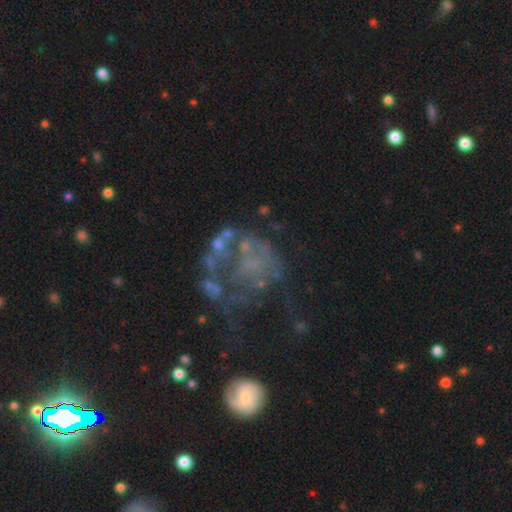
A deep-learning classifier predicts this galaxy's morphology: smooth_or_featured: featured or disk (p=0.63) [alt: smooth p=0.19]
disk_edge_on: no (p=0.98) [alt: yes p=0.02]
bar: no (p=0.92) [alt: weak p=0.06]
has_spiral_arms: no (p=0.84) [alt: yes p=0.16]
bulge_size: none (p=0.74) [alt: small p=0.12]
merging: major disturbance (p=0.41) [alt: none p=0.28]